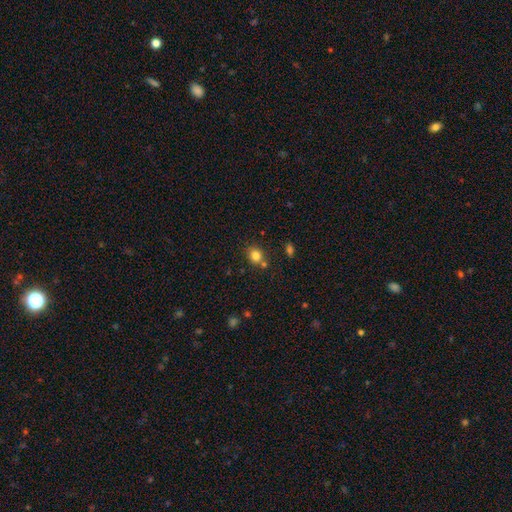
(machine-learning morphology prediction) Q: Smooth or featured?
A: smooth (81%); runner-up: star or artifact (12%)
Q: How rounded?
A: round (72%); runner-up: in between (27%)
Q: Merging?
A: none (73%); runner-up: merger (13%)